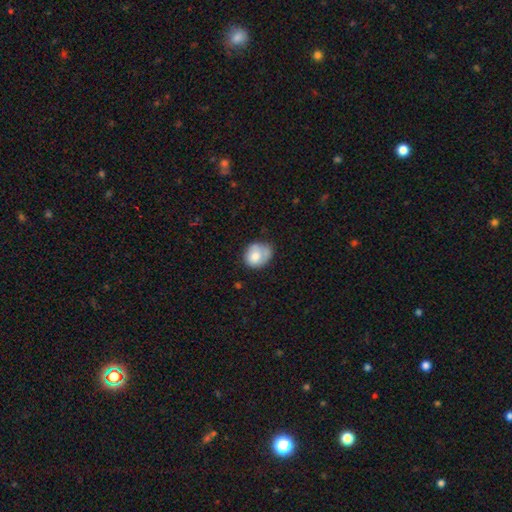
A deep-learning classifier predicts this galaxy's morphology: The model was most divided on "merging": none: 43%, minor disturbance: 37%, major disturbance: 15%, merger: 6%. More confident: smooth or featured — smooth (77%); how rounded — round (55%).